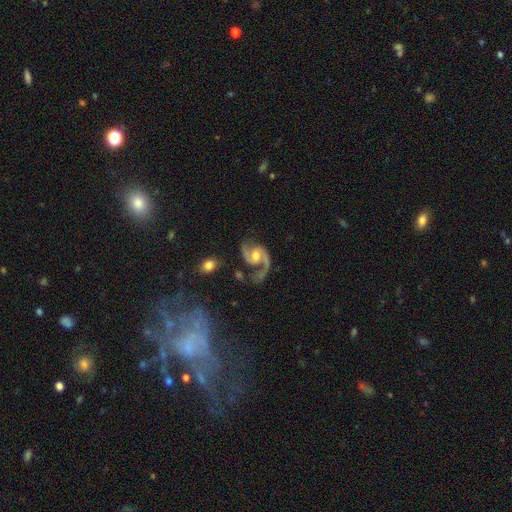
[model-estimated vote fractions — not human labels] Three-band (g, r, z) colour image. It shows a featured or disk galaxy (90%) with no bar (50%), 2 (87%) medium (54%) spiral arms (97%) and a moderate central bulge (68%). Merging: none (60%).